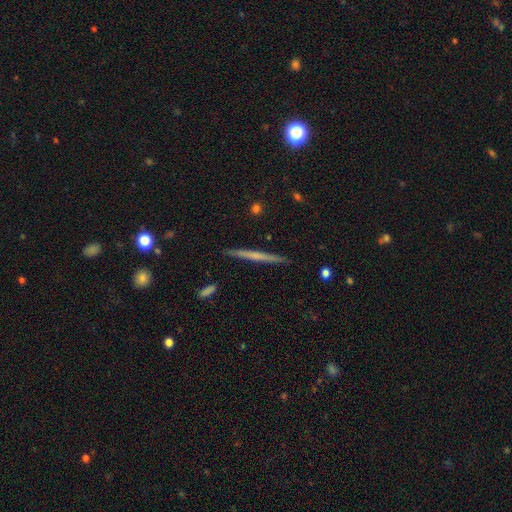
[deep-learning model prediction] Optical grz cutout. It shows a featured or disk galaxy (54%) viewed edge-on (98%) with no central bulge (74%). Merging: none (92%).